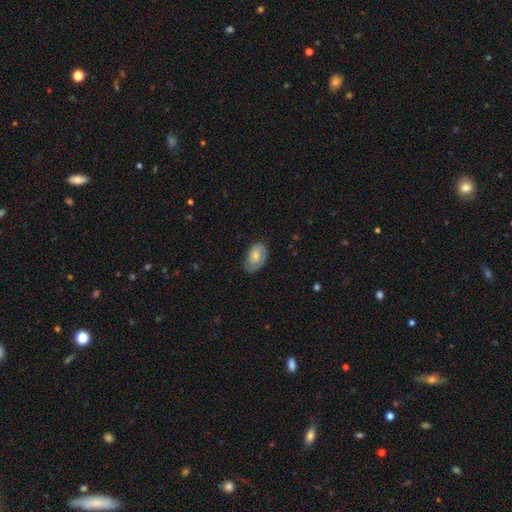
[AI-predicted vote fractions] smooth_or_featured: smooth (p=0.62) [alt: featured or disk p=0.32]
how_rounded: in between (p=0.90) [alt: round p=0.08]
merging: none (p=0.66) [alt: minor disturbance p=0.26]